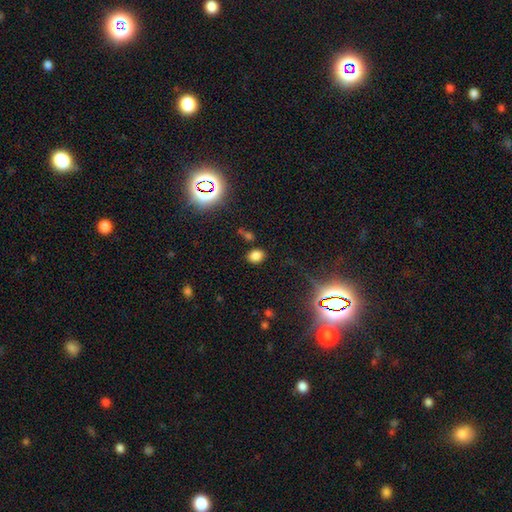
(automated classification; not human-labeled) This is likely a smooth galaxy (76%). How rounded: likely in between (62%). Merging: clearly none (82%).